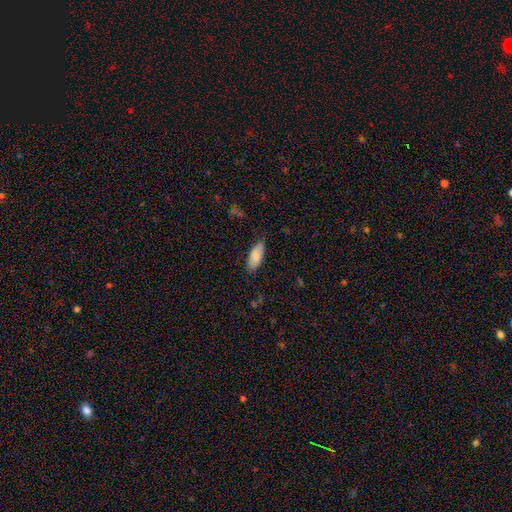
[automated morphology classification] Smooth or featured? Predicted: smooth (p=0.86). How rounded? Predicted: in between (p=0.83). Merging? Predicted: none (p=0.77).